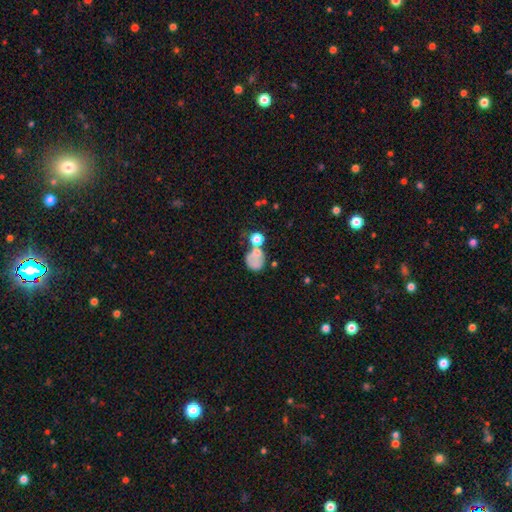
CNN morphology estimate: A smooth galaxy with no disk features (66%) that is round (66%).

Vote fractions:
- Smooth or featured? smooth: 66% / featured or disk: 21% / star or artifact: 13%
- How rounded? round: 66% / in between: 32% / cigar-shaped: 1%
- Merging? merger: 38% / none: 33% / minor disturbance: 15% / major disturbance: 14%